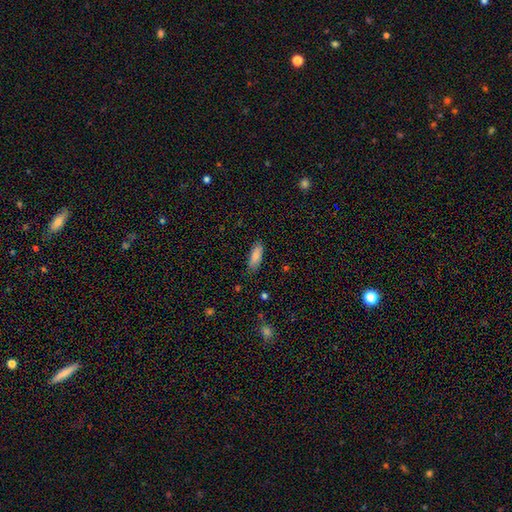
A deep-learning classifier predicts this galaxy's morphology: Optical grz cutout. It shows a smooth galaxy with no disk features (86%) that is in between round and cigar-shaped (61%). Merging: none (85%).